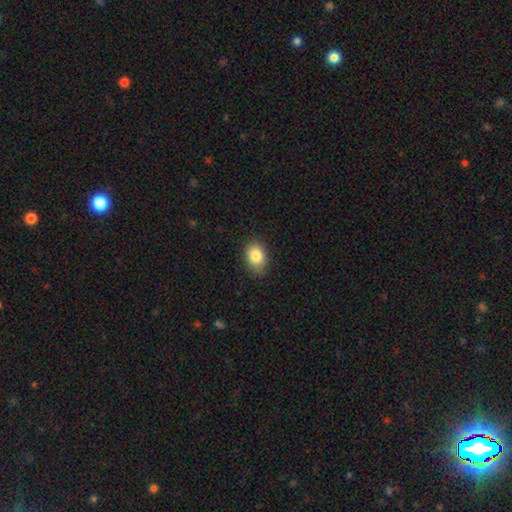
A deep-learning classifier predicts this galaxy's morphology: smooth-or-featured: smooth: 84% | star or artifact: 9% | featured or disk: 7%
  how-rounded: in between: 77% | round: 22% | cigar-shaped: 1%
  merging: none: 85% | minor disturbance: 12% | major disturbance: 2% | merger: 1%